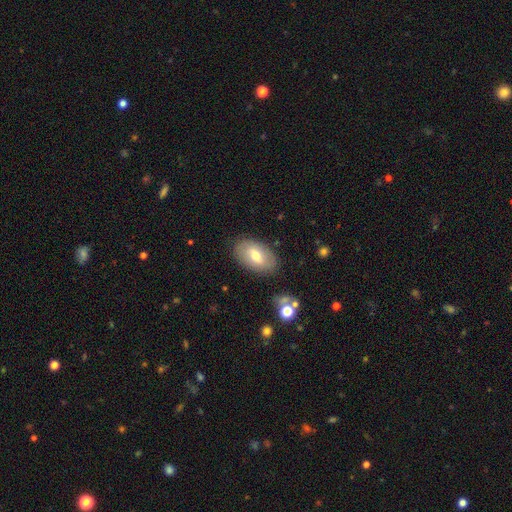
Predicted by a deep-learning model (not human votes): Morphology: type=smooth (65%); roundness=in between (93%); merging=none (83%).